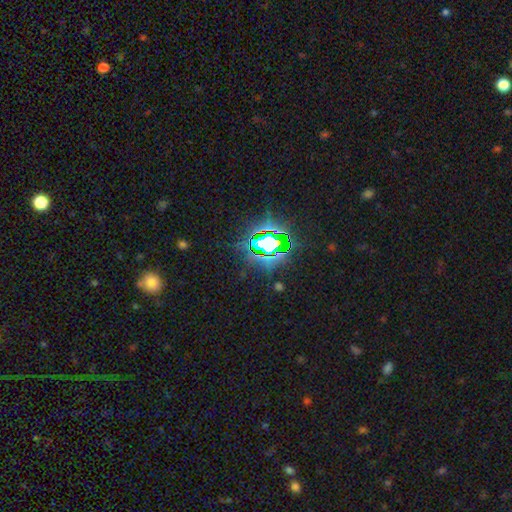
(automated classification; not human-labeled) A star or artifact, not a galaxy (77%).